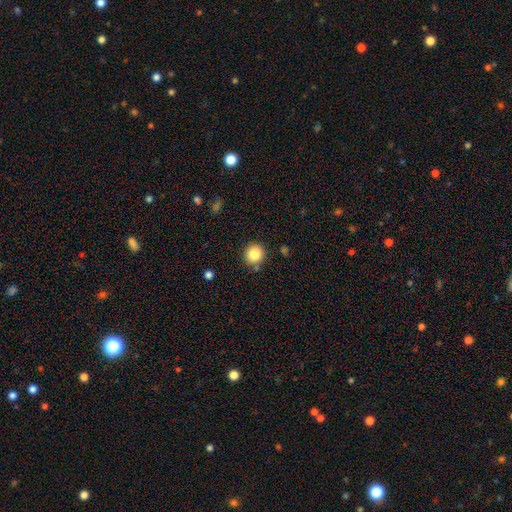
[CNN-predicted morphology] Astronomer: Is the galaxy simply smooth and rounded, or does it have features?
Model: smooth — 85%.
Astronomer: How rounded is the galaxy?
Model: round — 89%.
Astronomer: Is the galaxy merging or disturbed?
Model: none — 85%.